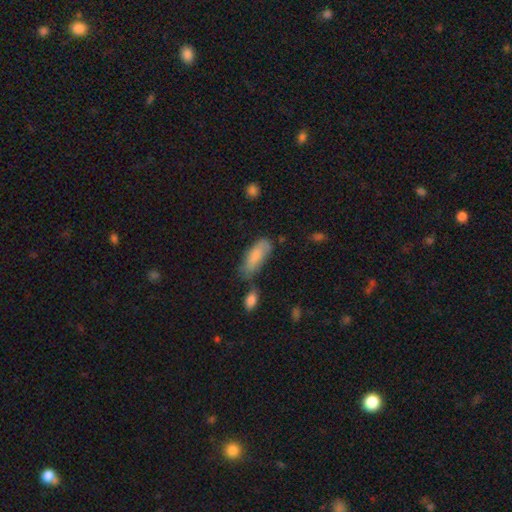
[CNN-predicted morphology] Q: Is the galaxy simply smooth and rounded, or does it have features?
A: smooth — 81%.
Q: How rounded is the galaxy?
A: in between — 73%.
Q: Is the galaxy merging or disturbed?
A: none — 53%.